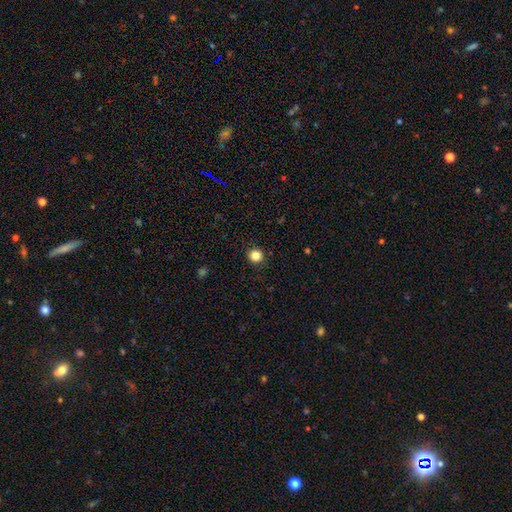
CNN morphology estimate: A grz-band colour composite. It shows a smooth galaxy with no disk features (85%) that is round (92%). Merging: none (91%).